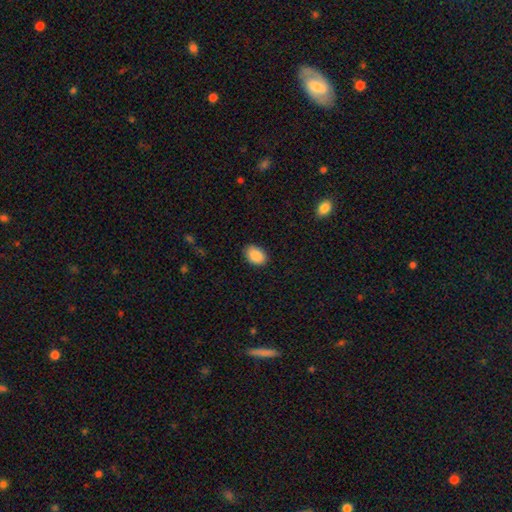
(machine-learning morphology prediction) This is clearly a smooth galaxy (89%). How rounded: clearly in between (82%). Merging: clearly none (87%).